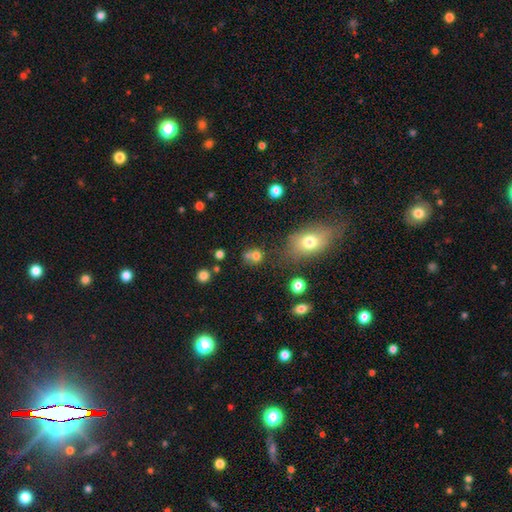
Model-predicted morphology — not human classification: This is likely a smooth galaxy (74%). How rounded: likely round (74%). Merging: possibly none (48%).